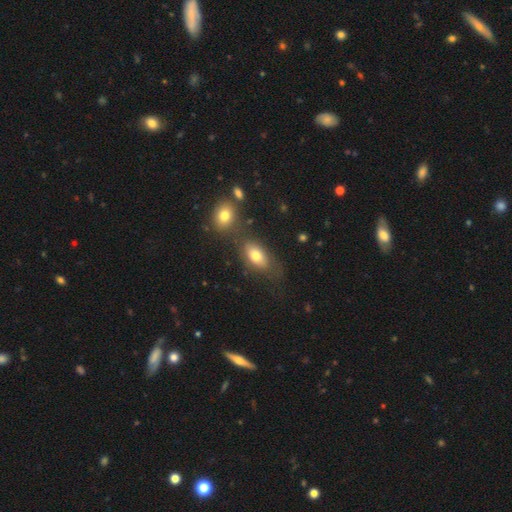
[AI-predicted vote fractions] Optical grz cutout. It shows a smooth galaxy with no disk features (74%) that is in between round and cigar-shaped (87%). Merging: none (61%).